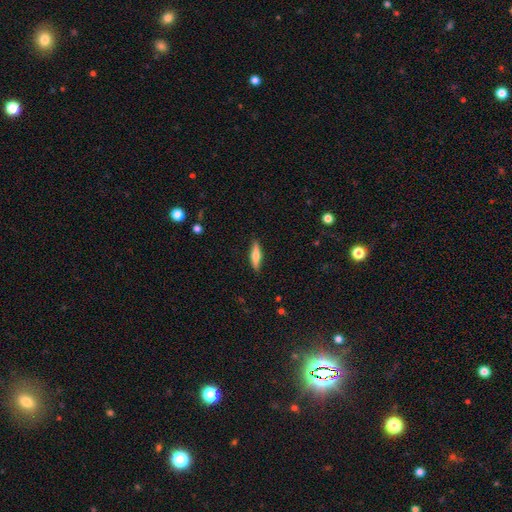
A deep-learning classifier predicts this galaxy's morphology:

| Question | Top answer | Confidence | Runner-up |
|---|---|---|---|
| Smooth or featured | smooth | 65% | featured or disk (30%) |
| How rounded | cigar-shaped | 71% | in between (27%) |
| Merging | none | 88% | minor disturbance (9%) |